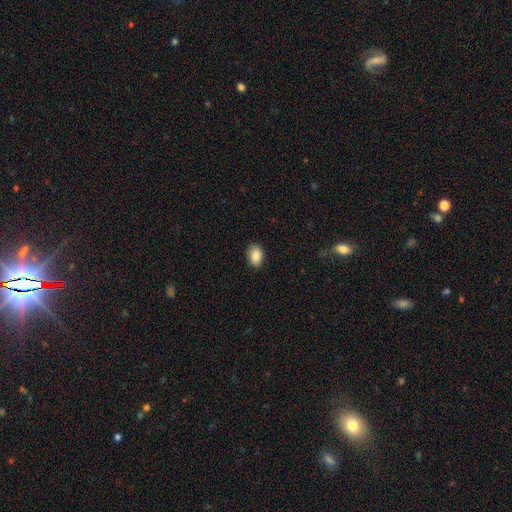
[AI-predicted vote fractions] smooth-or-featured: smooth: 86% | star or artifact: 8% | featured or disk: 6%
  how-rounded: in between: 81% | round: 18% | cigar-shaped: 1%
  merging: none: 87% | minor disturbance: 10% | major disturbance: 2% | merger: 1%